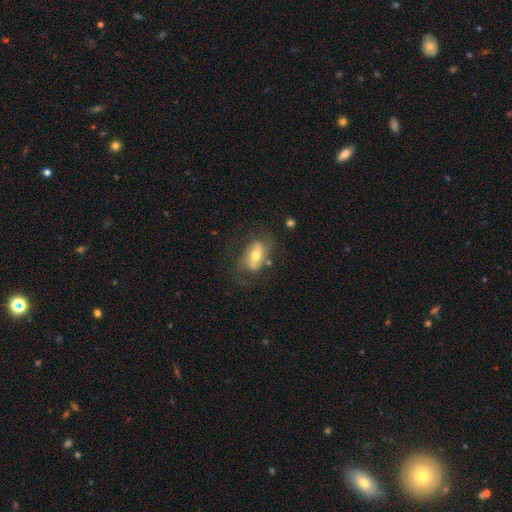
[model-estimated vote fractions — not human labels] Smooth or featured? featured or disk (54%)
Edge-on disk? no (90%)
Merging? none (62%)